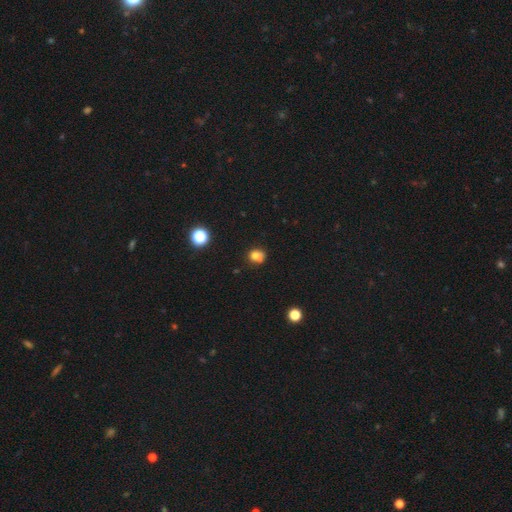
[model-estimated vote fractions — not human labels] Smooth or featured?
  - smooth: 73% *
  - star or artifact: 14%
  - featured or disk: 13%
How rounded?
  - round: 72% *
  - in between: 27%
  - cigar-shaped: 1%
Merging?
  - none: 51% *
  - merger: 21%
  - minor disturbance: 20%
  - major disturbance: 8%